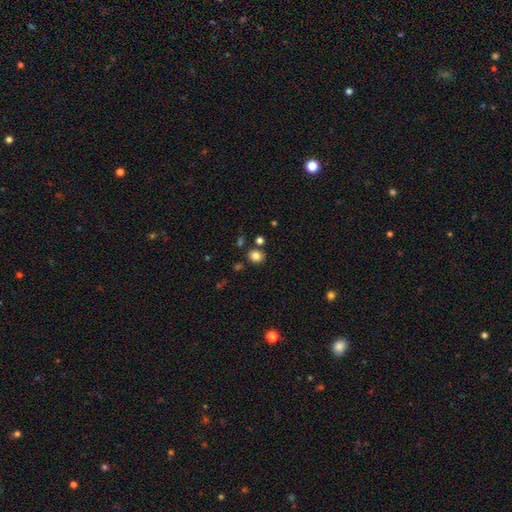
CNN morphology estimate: Smooth or featured?
  - smooth: 82% *
  - star or artifact: 12%
  - featured or disk: 6%
How rounded?
  - round: 69% *
  - in between: 30%
  - cigar-shaped: 1%
Merging?
  - none: 80% *
  - minor disturbance: 10%
  - merger: 7%
  - major disturbance: 3%